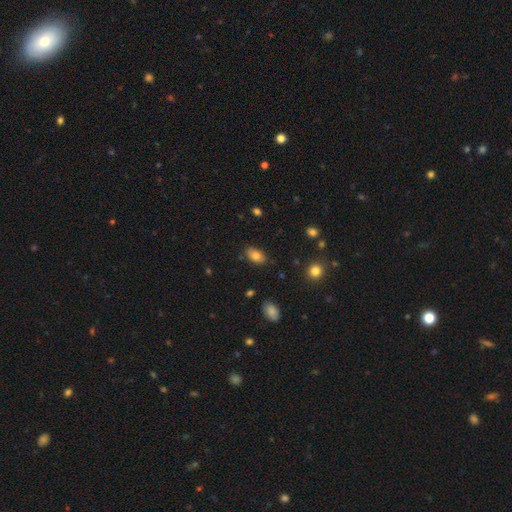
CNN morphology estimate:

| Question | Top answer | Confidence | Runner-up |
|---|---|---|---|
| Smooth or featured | smooth | 82% | featured or disk (10%) |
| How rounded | in between | 91% | round (6%) |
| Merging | none | 83% | minor disturbance (12%) |